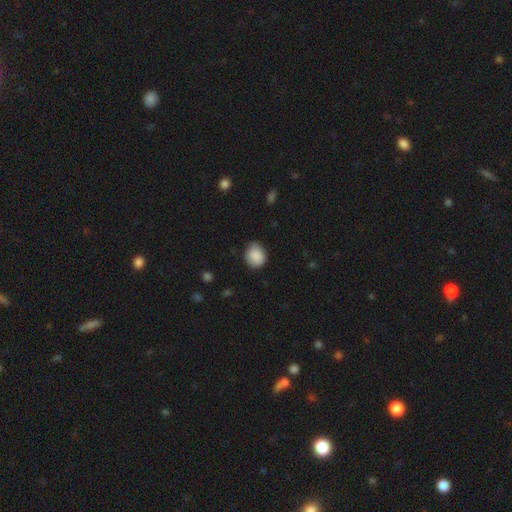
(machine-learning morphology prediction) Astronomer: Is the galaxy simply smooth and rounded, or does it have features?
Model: smooth — 88%.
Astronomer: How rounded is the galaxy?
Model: round — 67%.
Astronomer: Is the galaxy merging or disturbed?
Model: none — 71%.